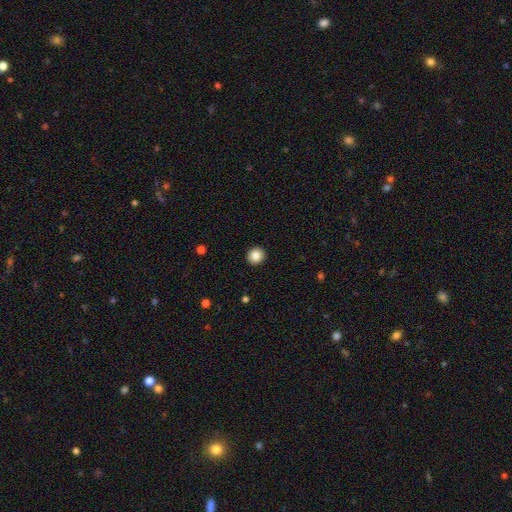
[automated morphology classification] This is clearly a smooth galaxy (86%). How rounded: clearly round (91%). Merging: clearly none (93%).